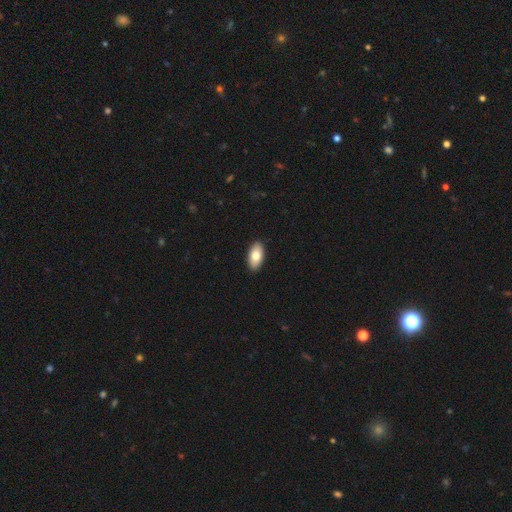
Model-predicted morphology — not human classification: Smooth or featured? Predicted: smooth (p=0.79). How rounded? Predicted: in between (p=0.93). Merging? Predicted: none (p=0.91).